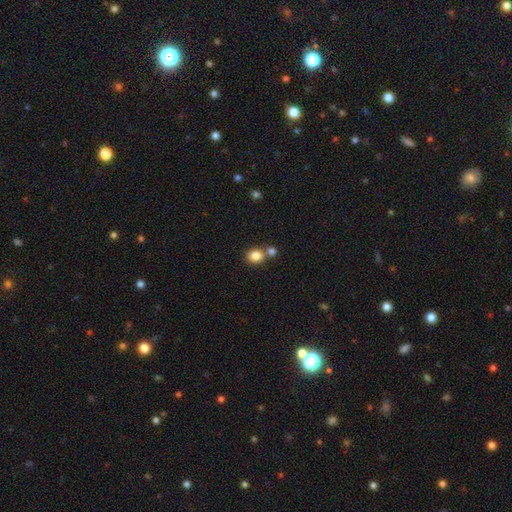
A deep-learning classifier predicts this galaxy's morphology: smooth-or-featured: smooth: 84% | star or artifact: 10% | featured or disk: 6%
  how-rounded: round: 68% | in between: 32% | cigar-shaped: 1%
  merging: none: 58% | merger: 32% | minor disturbance: 8% | major disturbance: 3%